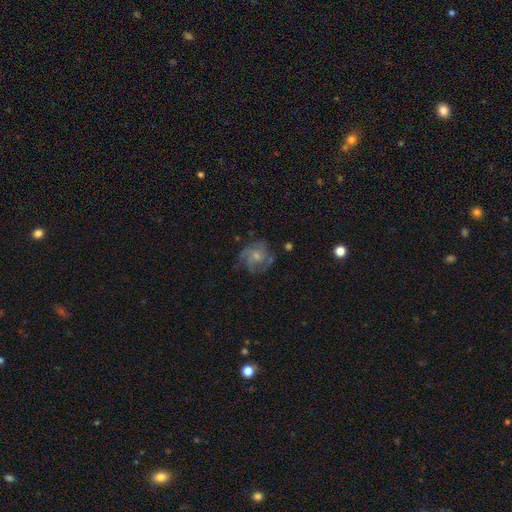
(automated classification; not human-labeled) The model was most divided on "bulge size": small: 50%, moderate: 36%, none: 9%, large: 3%, dominant: 1%. More confident: edge-on disk — no (98%); spiral arms — yes (79%); bar — no (75%); smooth or featured — featured or disk (63%); merging — none (58%).